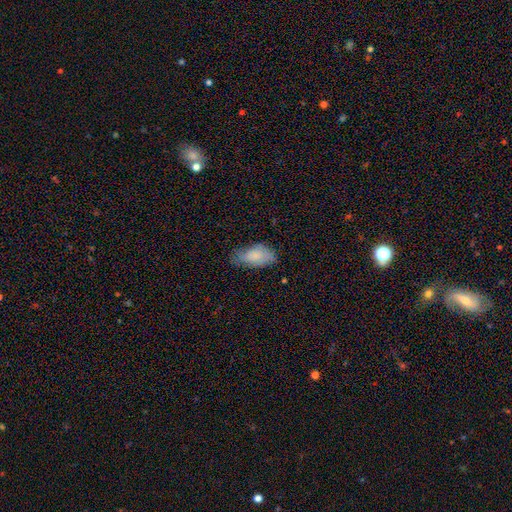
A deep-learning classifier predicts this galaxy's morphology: smooth-or-featured: smooth: 79% | featured or disk: 14% | star or artifact: 7%
  how-rounded: in between: 92% | cigar-shaped: 5% | round: 3%
  merging: none: 54% | minor disturbance: 35% | major disturbance: 9% | merger: 2%